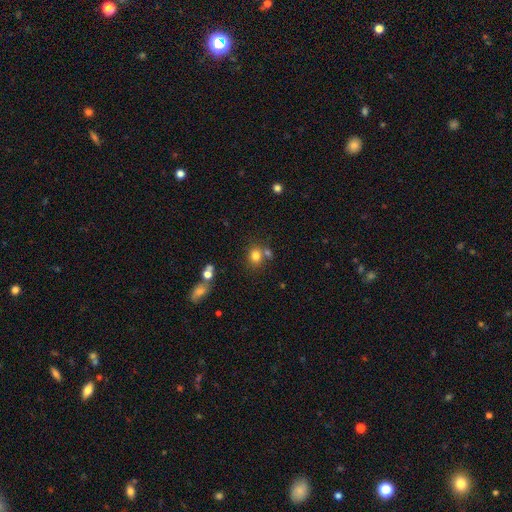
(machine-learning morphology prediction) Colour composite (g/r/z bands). It shows a smooth galaxy with no disk features (79%) that is round (64%). Merging: none (62%).